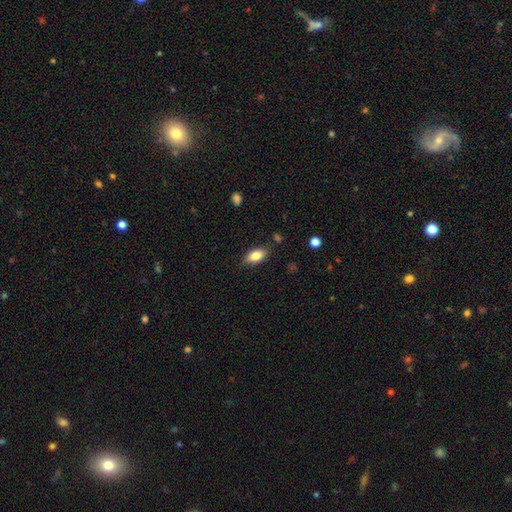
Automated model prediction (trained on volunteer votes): Q: Smooth or featured?
A: smooth (81%); runner-up: featured or disk (12%)
Q: How rounded?
A: in between (89%); runner-up: cigar-shaped (6%)
Q: Merging?
A: none (84%); runner-up: minor disturbance (12%)